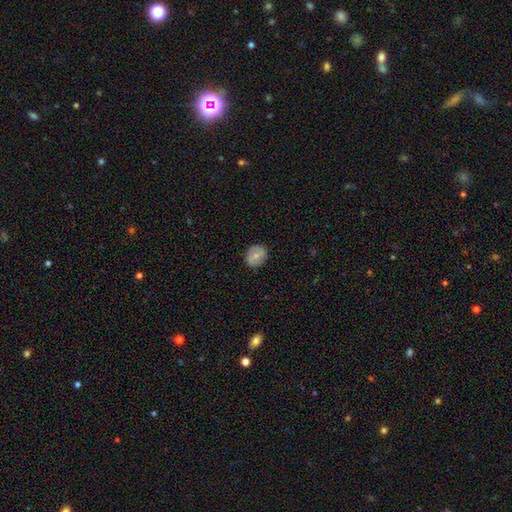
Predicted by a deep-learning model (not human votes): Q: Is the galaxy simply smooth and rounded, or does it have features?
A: smooth — 64%.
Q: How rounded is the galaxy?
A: round — 70%.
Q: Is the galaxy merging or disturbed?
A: none — 83%.